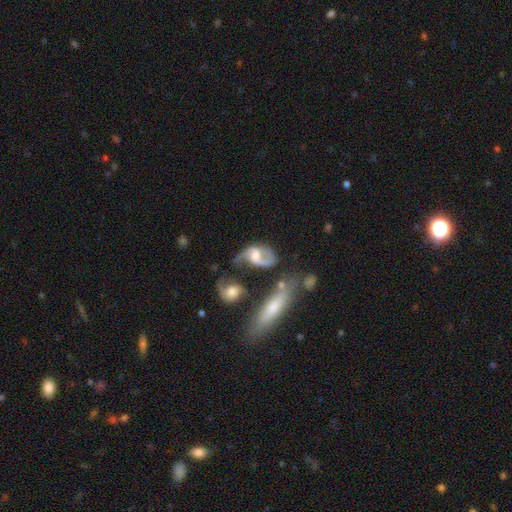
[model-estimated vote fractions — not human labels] A featured or disk galaxy (71%) with no bar (45%), 2 (76%) loose (59%) spiral arms (84%) and a moderate central bulge (48%). Merging: none (32%).